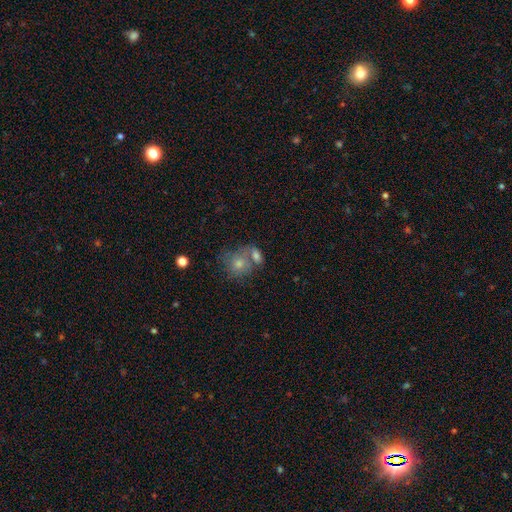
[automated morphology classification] Smooth or featured?
  - smooth: 49% *
  - featured or disk: 29%
  - star or artifact: 22%
Merging?
  - none: 55% *
  - merger: 29%
  - minor disturbance: 11%
  - major disturbance: 5%